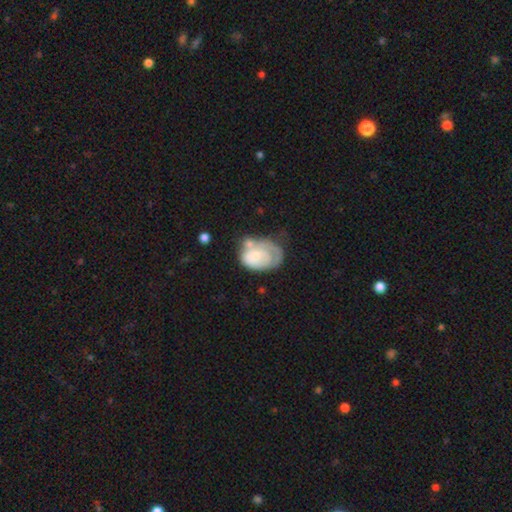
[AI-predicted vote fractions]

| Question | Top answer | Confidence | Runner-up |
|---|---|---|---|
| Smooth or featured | featured or disk | 54% | smooth (41%) |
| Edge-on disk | no | 97% | yes (3%) |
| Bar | no | 79% | weak (18%) |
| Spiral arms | yes | 61% | no (39%) |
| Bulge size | small | 56% | moderate (34%) |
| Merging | none | 31% | minor disturbance (28%) |